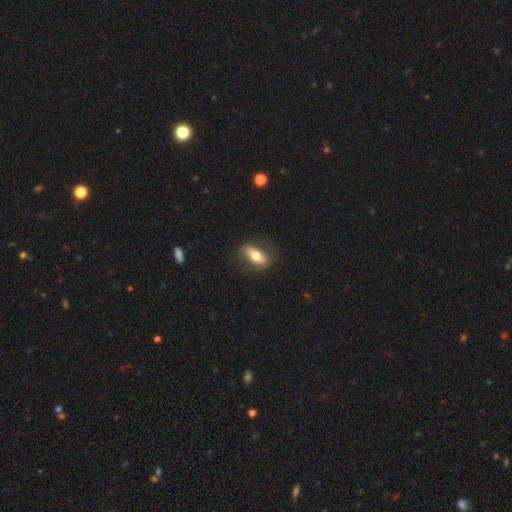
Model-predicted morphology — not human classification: A smooth galaxy with no disk features (57%) that is in between round and cigar-shaped (78%). Merging: none (76%).